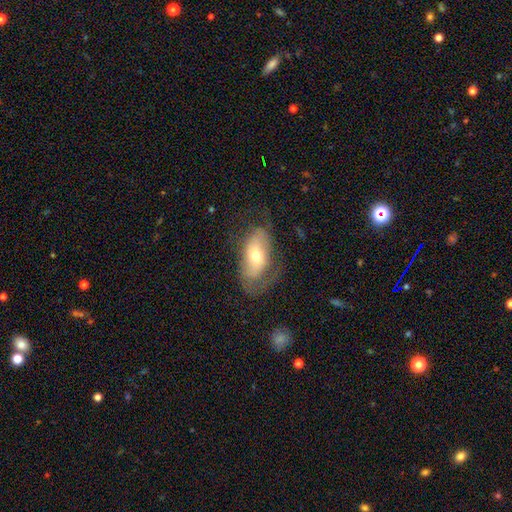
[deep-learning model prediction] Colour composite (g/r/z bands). It shows a featured or disk galaxy (48%). Merging: none (50%).